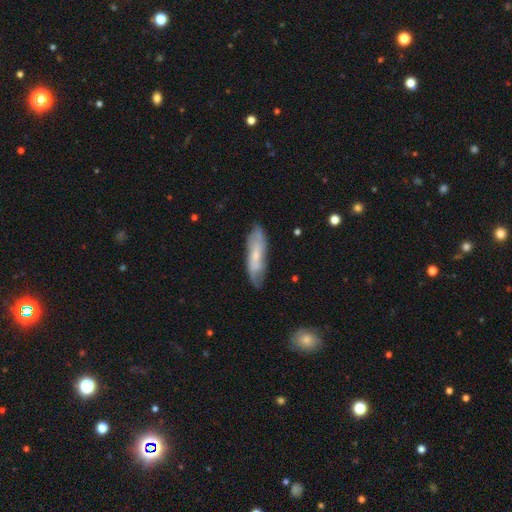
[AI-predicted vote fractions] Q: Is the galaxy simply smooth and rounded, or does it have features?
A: smooth — 49%.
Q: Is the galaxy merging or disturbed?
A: none — 70%.